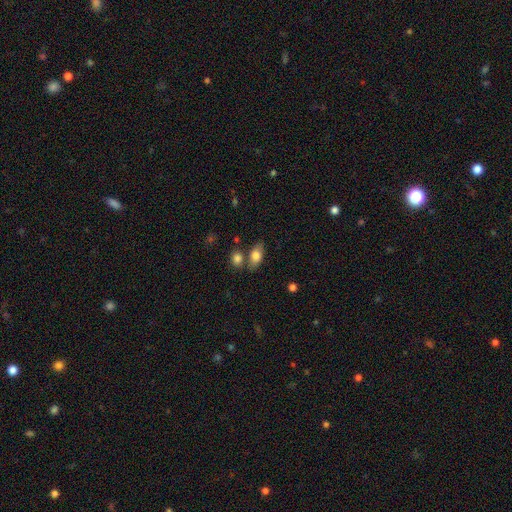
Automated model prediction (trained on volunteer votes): Morphology: type=smooth (76%); roundness=in between (84%); merging=none (69%).